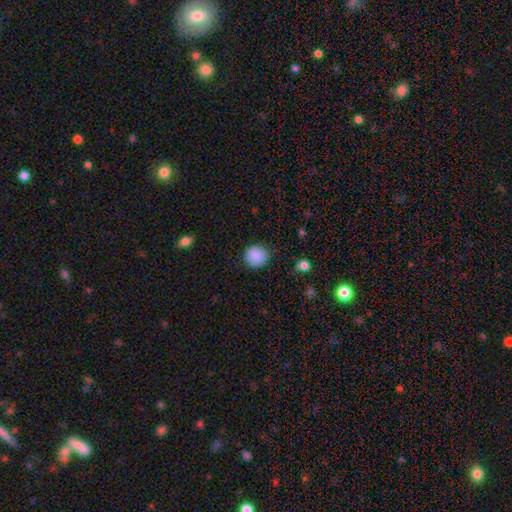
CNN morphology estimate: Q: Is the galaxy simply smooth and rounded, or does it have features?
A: smooth — 89%.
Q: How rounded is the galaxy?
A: round — 89%.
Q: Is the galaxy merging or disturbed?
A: none — 86%.